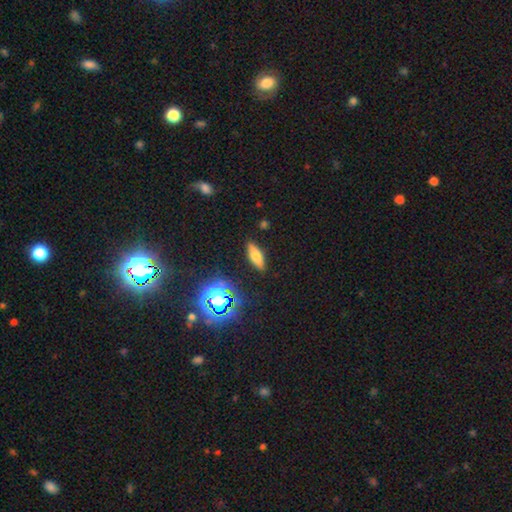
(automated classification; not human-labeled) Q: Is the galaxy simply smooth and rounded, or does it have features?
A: smooth — 64%.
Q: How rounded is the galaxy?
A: in between — 54%.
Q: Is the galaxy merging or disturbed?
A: none — 87%.